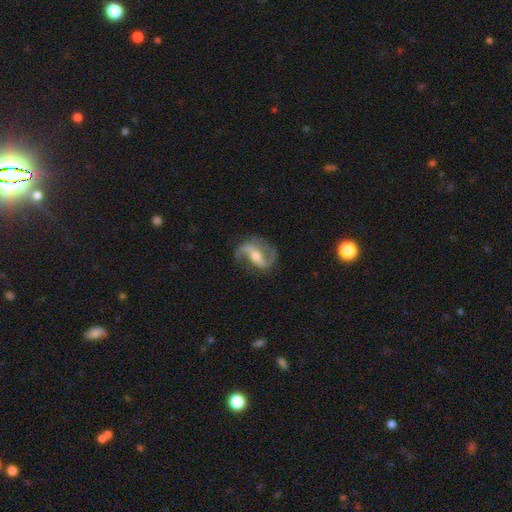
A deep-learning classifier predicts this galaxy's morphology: The model was most divided on "bar": strong: 43%, weak: 36%, no: 22%. More confident: edge-on disk — no (97%); spiral arms — yes (97%); spiral arm count — 2 (91%); smooth or featured — featured or disk (89%); merging — none (77%); bulge size — moderate (55%); spiral winding — loose (52%).